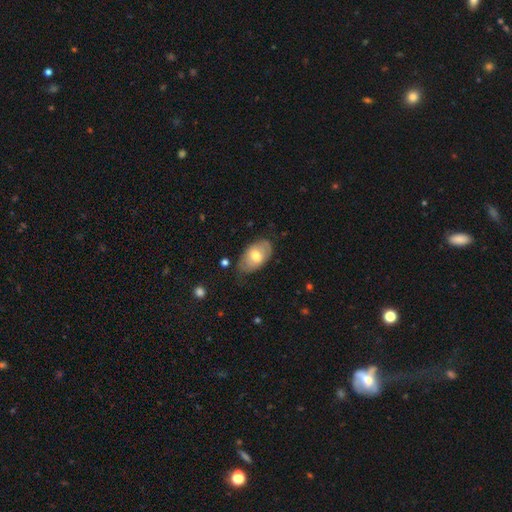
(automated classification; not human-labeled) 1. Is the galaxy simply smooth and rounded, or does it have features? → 65% smooth, 29% featured or disk, 6% star or artifact.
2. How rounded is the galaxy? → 92% in between, 6% round, 1% cigar-shaped.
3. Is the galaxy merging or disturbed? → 69% none, 24% minor disturbance, 5% major disturbance, 2% merger.